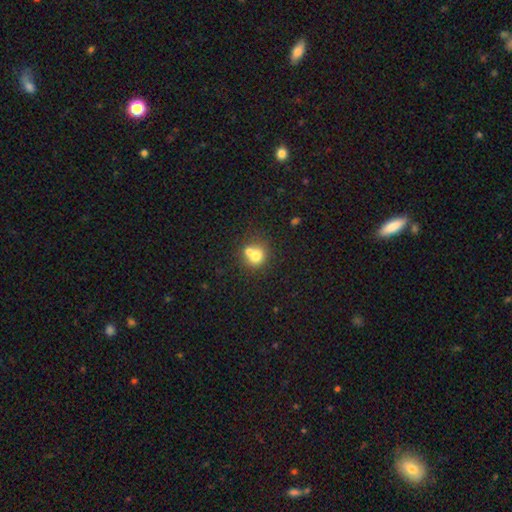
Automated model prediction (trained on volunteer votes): The model was most divided on "merging": merger: 50%, none: 39%, minor disturbance: 8%, major disturbance: 3%. More confident: how rounded — round (80%); smooth or featured — smooth (71%).